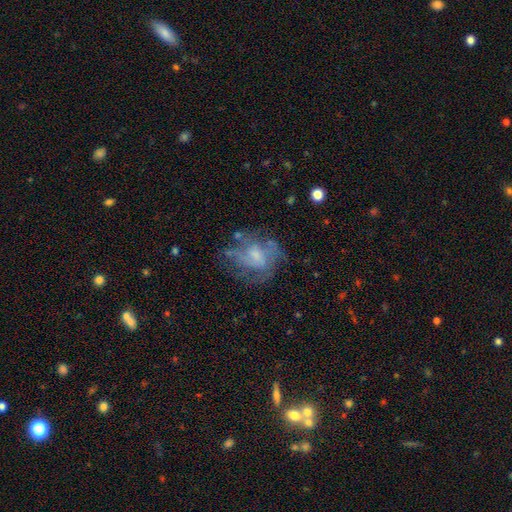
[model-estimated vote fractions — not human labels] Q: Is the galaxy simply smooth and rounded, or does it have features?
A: featured or disk — 60%.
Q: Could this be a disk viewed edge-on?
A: no — 97%.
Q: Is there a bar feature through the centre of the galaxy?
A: no — 66%.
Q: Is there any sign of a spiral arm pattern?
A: yes — 57%.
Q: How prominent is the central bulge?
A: small — 41%.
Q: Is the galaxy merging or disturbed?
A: none — 52%.